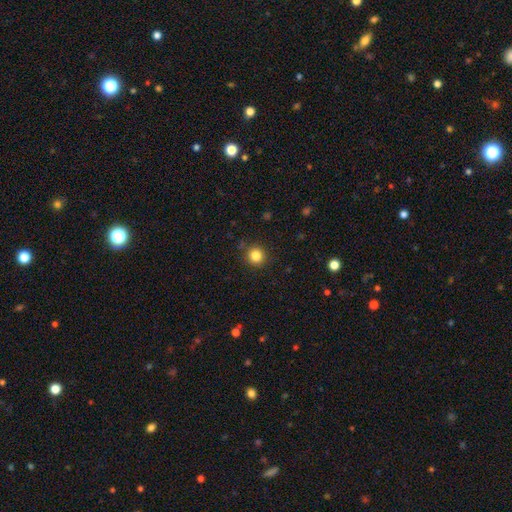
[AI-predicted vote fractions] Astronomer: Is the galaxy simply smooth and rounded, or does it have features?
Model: smooth — 83%.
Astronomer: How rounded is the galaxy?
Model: round — 94%.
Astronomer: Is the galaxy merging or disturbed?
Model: none — 90%.